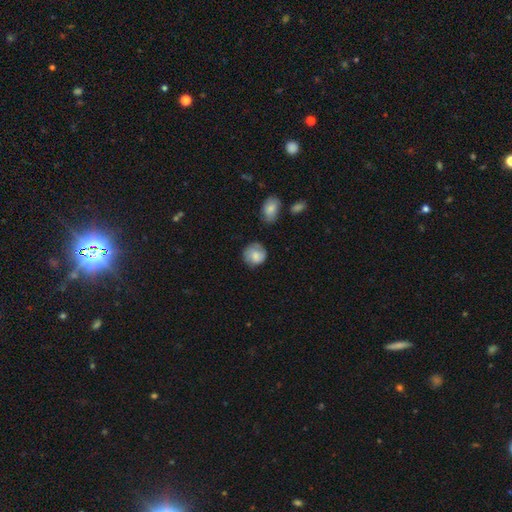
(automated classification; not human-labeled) Smooth or featured? Predicted: smooth (p=0.70). How rounded? Predicted: round (p=0.82). Merging? Predicted: none (p=0.68).